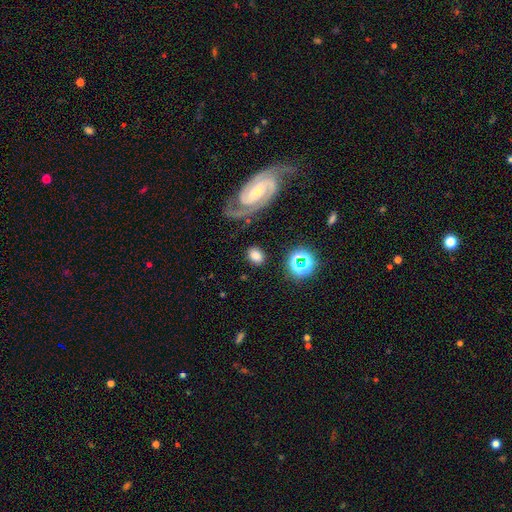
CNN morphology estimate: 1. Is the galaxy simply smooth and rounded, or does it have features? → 63% smooth, 24% featured or disk, 13% star or artifact.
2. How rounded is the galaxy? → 70% in between, 29% round, 2% cigar-shaped.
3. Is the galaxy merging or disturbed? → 78% none, 12% minor disturbance, 7% major disturbance, 4% merger.